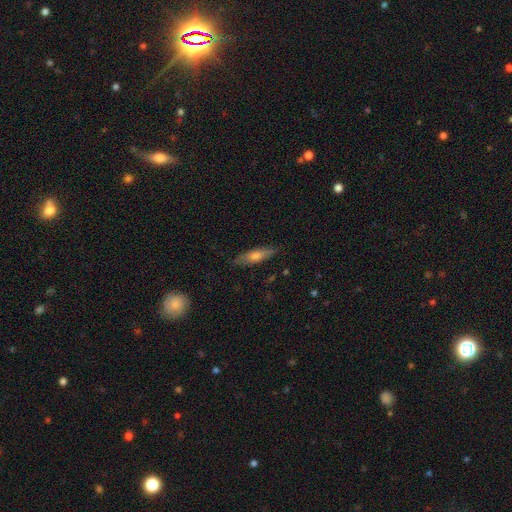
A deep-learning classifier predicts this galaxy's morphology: Smooth or featured: smooth — 57% (featured or disk — 37%)
How rounded: cigar-shaped — 69% (in between — 29%)
Merging: none — 85% (minor disturbance — 12%)